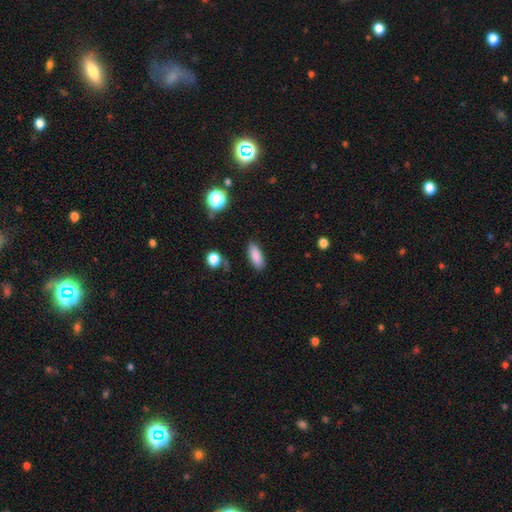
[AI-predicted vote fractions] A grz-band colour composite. It shows a smooth galaxy with no disk features (85%) that is in between round and cigar-shaped (74%). Merging: none (85%).